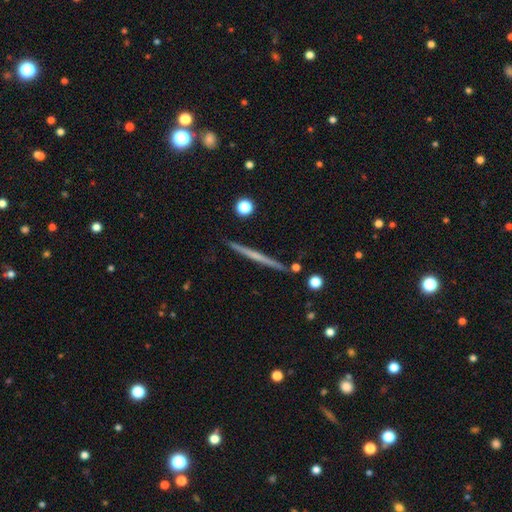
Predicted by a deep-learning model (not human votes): The model was most divided on "smooth or featured": featured or disk: 62%, smooth: 32%, star or artifact: 6%. More confident: edge-on disk — yes (98%); merging — none (90%); edge-on bulge — none (75%).